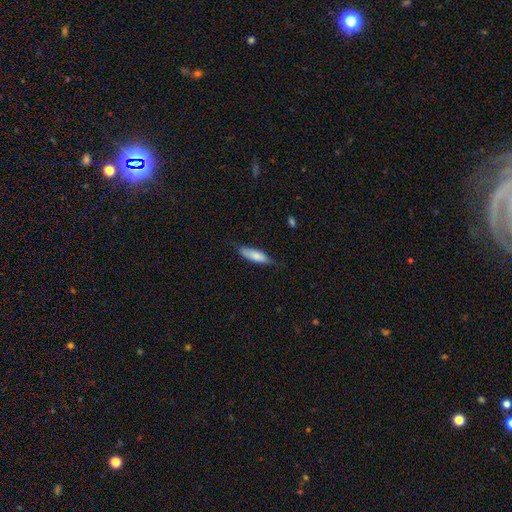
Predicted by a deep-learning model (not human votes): smooth-or-featured: smooth: 76% | featured or disk: 18% | star or artifact: 6%
  how-rounded: cigar-shaped: 56% | in between: 43% | round: 2%
  merging: none: 71% | minor disturbance: 23% | major disturbance: 5% | merger: 1%